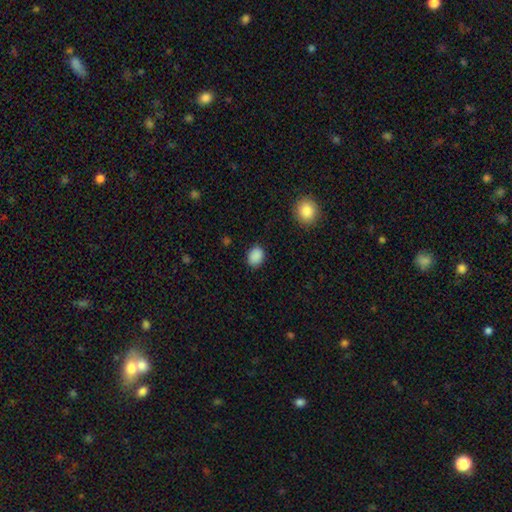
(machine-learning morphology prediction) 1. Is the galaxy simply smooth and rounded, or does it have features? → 88% smooth, 9% star or artifact, 3% featured or disk.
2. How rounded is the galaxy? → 65% in between, 34% round, 1% cigar-shaped.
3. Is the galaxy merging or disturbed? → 85% none, 11% minor disturbance, 3% major disturbance, 1% merger.